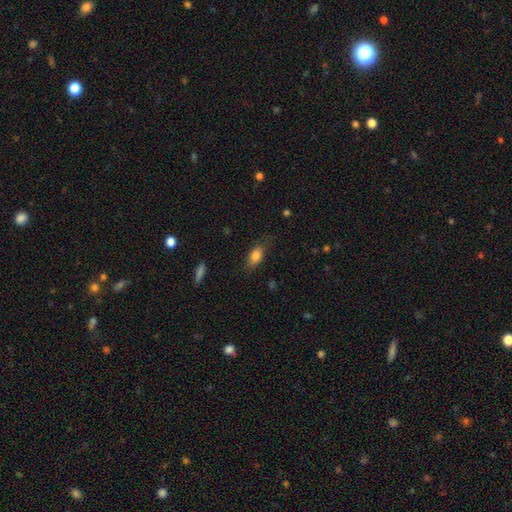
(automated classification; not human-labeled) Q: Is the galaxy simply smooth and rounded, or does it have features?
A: smooth — 81%.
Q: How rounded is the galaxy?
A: in between — 82%.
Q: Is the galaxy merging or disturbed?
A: none — 76%.